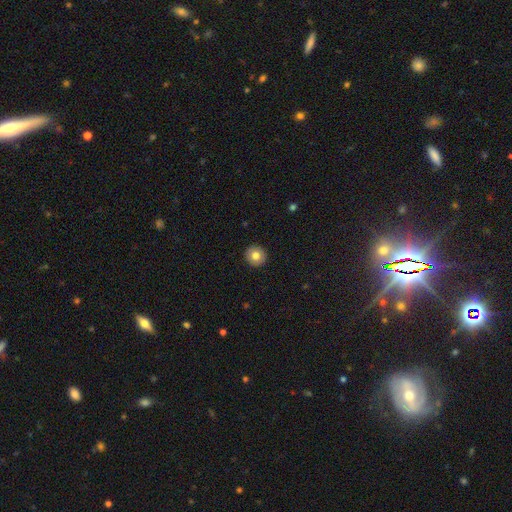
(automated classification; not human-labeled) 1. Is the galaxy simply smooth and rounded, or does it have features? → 80% smooth, 11% featured or disk, 9% star or artifact.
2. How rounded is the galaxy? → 94% round, 5% in between, 1% cigar-shaped.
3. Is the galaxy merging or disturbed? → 93% none, 5% minor disturbance, 1% major disturbance, 1% merger.